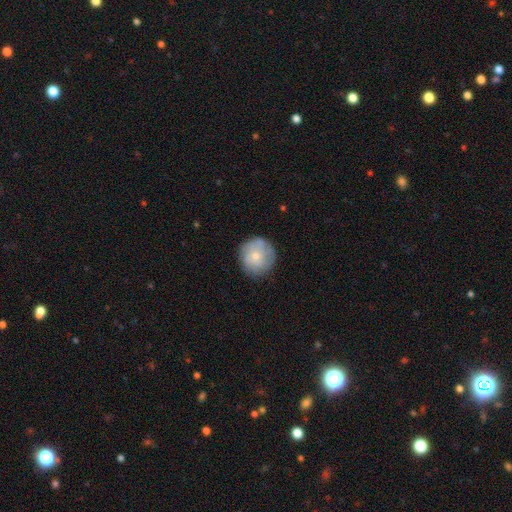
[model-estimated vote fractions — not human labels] Smooth or featured? smooth (67%)
How rounded? round (92%)
Merging? none (79%)